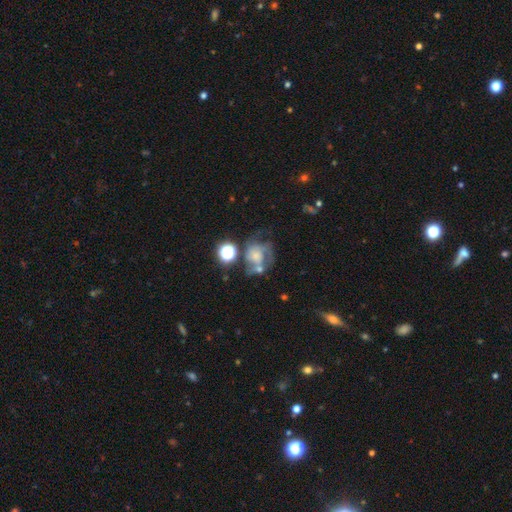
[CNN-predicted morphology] type=featured or disk (54%); edge-on=no (98%); bar=no (80%); spiral arms=yes (64%); bulge=moderate (32%); merging=major disturbance (31%).